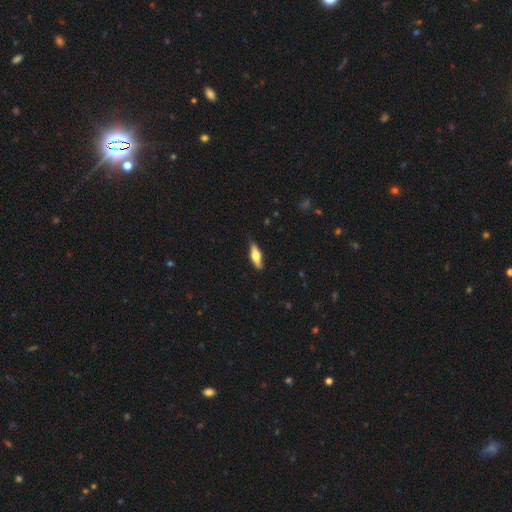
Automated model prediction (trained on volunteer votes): Smooth or featured?
  - smooth: 47% * (tied)
  - featured or disk: 47% * (tied)
  - star or artifact: 5%
Merging?
  - none: 82% *
  - minor disturbance: 15%
  - major disturbance: 2%
  - merger: 1%